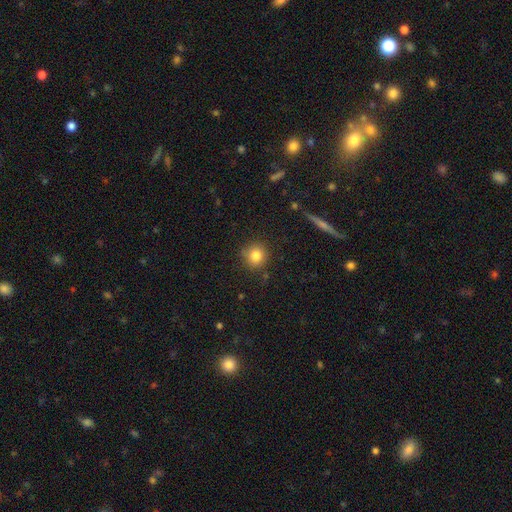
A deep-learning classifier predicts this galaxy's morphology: This appears to be a smooth galaxy with no disk features (82%) that is round (91%). Merging: none (84%).